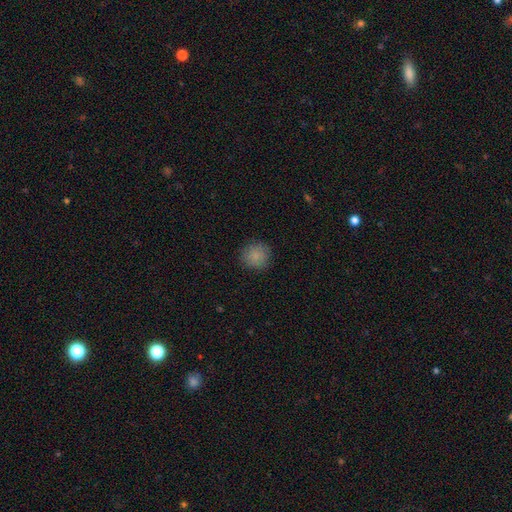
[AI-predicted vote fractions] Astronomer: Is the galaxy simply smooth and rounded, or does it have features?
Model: smooth — 86%.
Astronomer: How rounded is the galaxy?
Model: round — 92%.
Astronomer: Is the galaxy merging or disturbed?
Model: none — 88%.